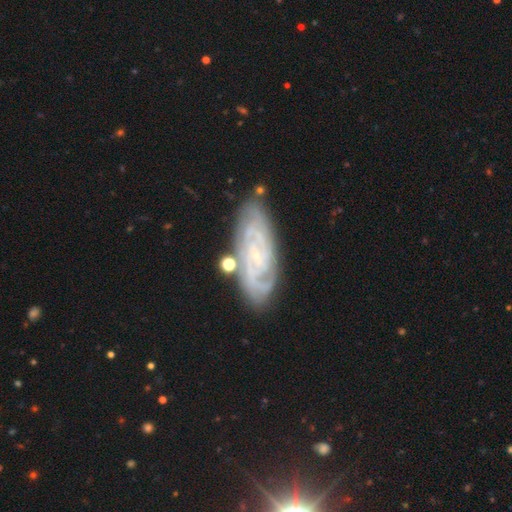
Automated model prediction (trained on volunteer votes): smooth_or_featured: featured or disk (p=0.83) [alt: smooth p=0.11]
disk_edge_on: no (p=0.92) [alt: yes p=0.08]
bar: no (p=0.55) [alt: weak p=0.33]
has_spiral_arms: yes (p=0.96) [alt: no p=0.04]
spiral_winding: tight (p=0.72) [alt: medium p=0.23]
spiral_arm_count: can't tell (p=0.32) [alt: 2 p=0.28]
bulge_size: small (p=0.81) [alt: moderate p=0.10]
merging: none (p=0.76) [alt: minor disturbance p=0.15]